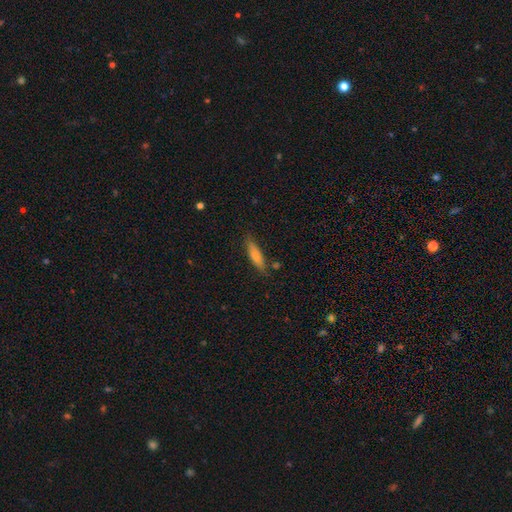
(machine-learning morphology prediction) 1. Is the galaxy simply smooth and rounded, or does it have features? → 76% smooth, 17% featured or disk, 7% star or artifact.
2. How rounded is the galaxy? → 72% cigar-shaped, 26% in between, 2% round.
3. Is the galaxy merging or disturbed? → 77% none, 16% minor disturbance, 4% merger, 3% major disturbance.